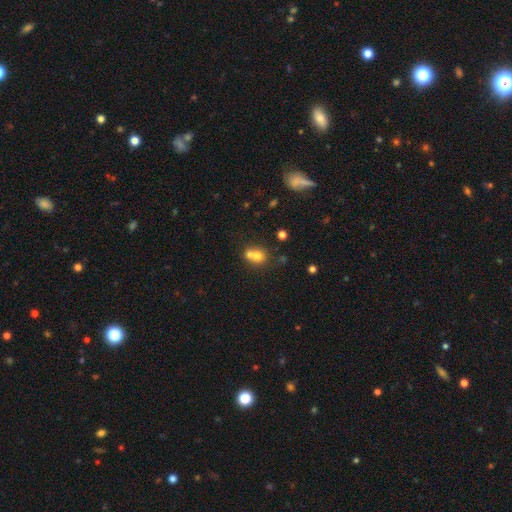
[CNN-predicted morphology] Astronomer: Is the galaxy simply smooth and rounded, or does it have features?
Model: smooth — 70%.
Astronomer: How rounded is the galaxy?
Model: round — 59% (runner-up: in between, 39%).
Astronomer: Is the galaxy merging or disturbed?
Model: merger — 56% (runner-up: none, 31%).